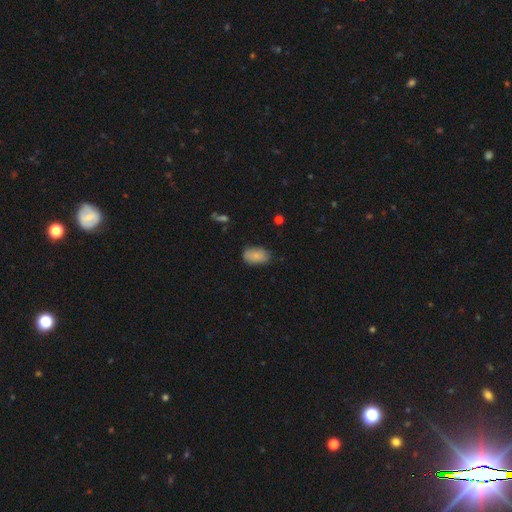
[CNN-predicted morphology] A smooth galaxy with no disk features (84%) that is in between round and cigar-shaped (92%). Merging: none (76%).